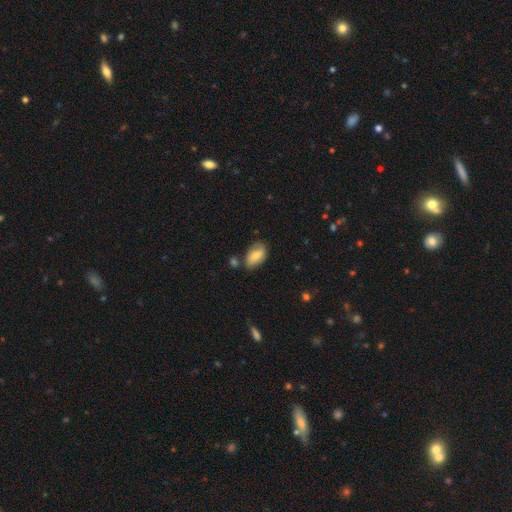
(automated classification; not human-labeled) Smooth or featured? smooth (73%)
How rounded? in between (92%)
Merging? none (69%)